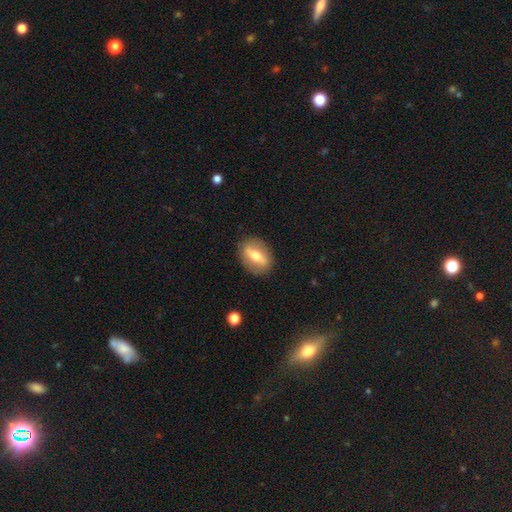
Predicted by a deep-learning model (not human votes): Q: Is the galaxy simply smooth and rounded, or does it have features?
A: featured or disk — 53%.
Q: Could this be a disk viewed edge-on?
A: no — 70%.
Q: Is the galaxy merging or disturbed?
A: none — 86%.